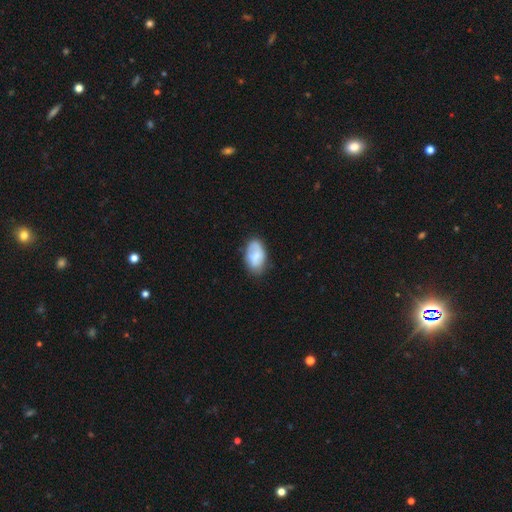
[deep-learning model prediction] smooth-or-featured: smooth: 70% | featured or disk: 23% | star or artifact: 7%
  how-rounded: in between: 92% | round: 6% | cigar-shaped: 2%
  merging: none: 69% | minor disturbance: 23% | major disturbance: 6% | merger: 2%